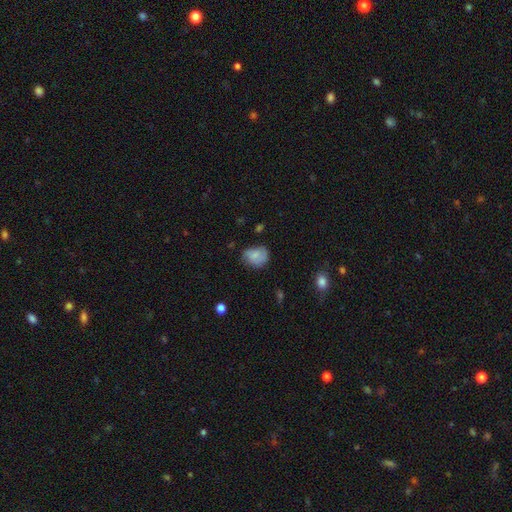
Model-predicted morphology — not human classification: Q: Smooth or featured?
A: smooth (75%); runner-up: featured or disk (17%)
Q: How rounded?
A: in between (52%); runner-up: round (46%)
Q: Merging?
A: none (56%); runner-up: minor disturbance (32%)